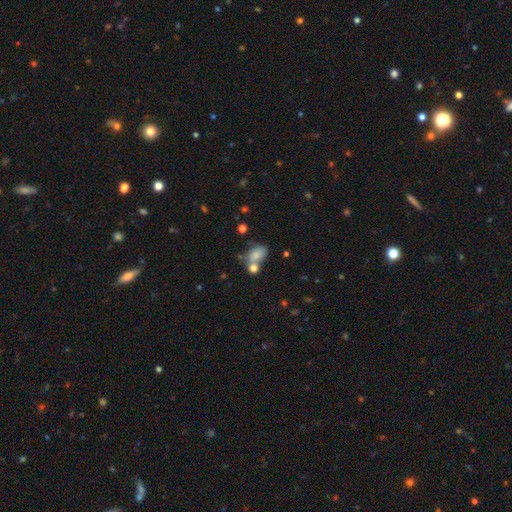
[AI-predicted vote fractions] The model was most divided on "merging": merger: 40%, none: 34%, minor disturbance: 17%, major disturbance: 9%. More confident: how rounded — in between (79%); smooth or featured — smooth (75%).